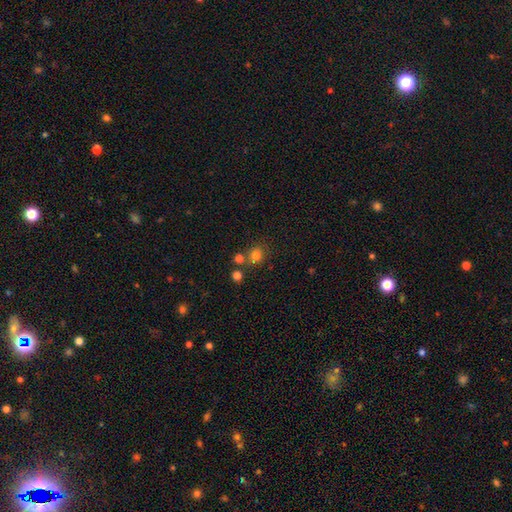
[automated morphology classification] A smooth galaxy with no disk features (78%) that is round (69%). Merging: none (65%).